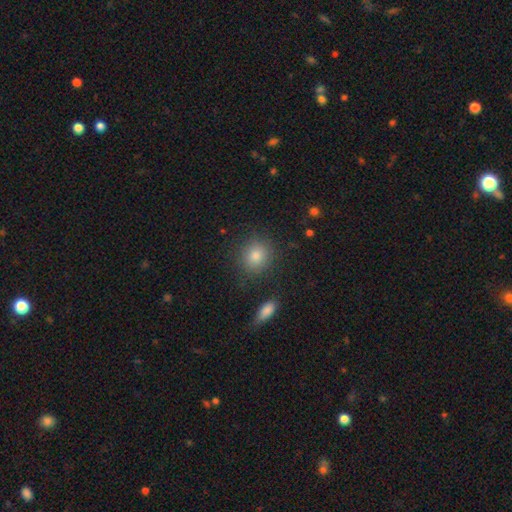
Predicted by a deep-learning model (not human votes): smooth_or_featured: smooth (p=0.82) [alt: star or artifact p=0.11]
how_rounded: round (p=0.80) [alt: in between p=0.19]
merging: none (p=0.86) [alt: minor disturbance p=0.08]